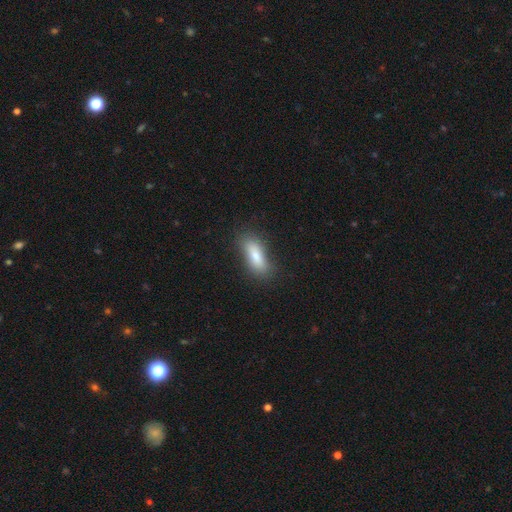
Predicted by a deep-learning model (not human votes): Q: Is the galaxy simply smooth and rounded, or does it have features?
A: smooth — 79%.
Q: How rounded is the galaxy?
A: in between — 67%.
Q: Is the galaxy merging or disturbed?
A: none — 78%.